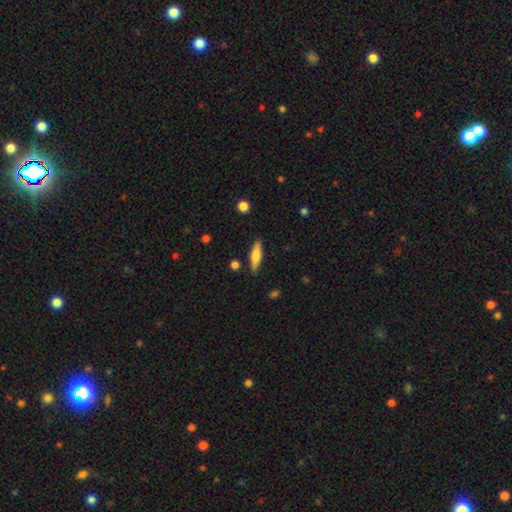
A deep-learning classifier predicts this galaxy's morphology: smooth-or-featured: featured or disk: 48% | smooth: 46% | star or artifact: 6%
  merging: none: 88% | minor disturbance: 8% | merger: 2% | major disturbance: 2%